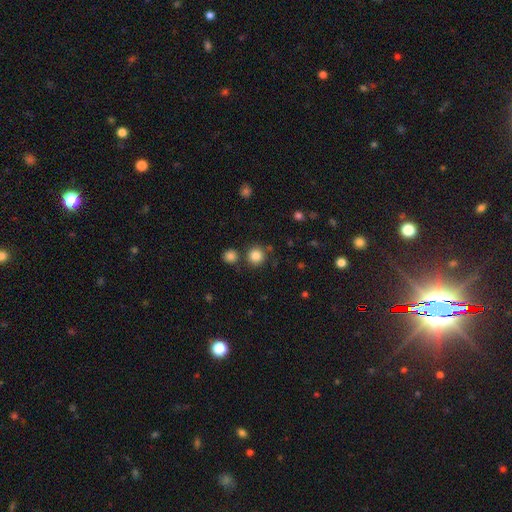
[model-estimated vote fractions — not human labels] Smooth or featured? Predicted: smooth (p=0.84). How rounded? Predicted: round (p=0.93). Merging? Predicted: none (p=0.82).